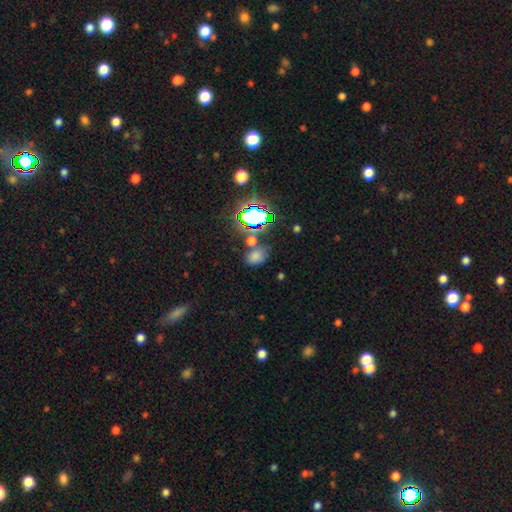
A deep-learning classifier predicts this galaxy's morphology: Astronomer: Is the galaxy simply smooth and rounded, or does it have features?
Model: smooth — 64%.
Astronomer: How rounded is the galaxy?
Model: in between — 65%.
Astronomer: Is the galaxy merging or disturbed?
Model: none — 58%.